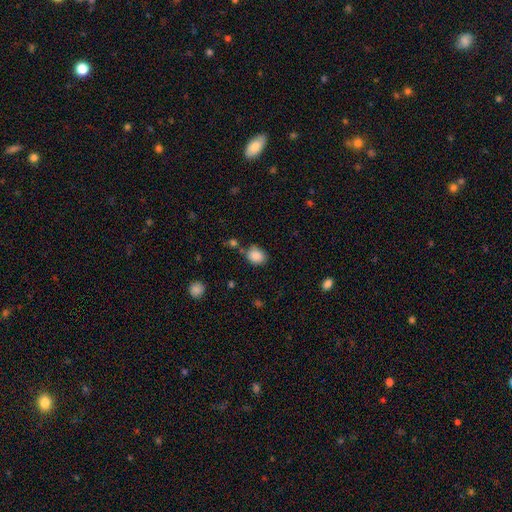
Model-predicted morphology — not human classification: smooth-or-featured: smooth: 85% | star or artifact: 9% | featured or disk: 6%
  how-rounded: round: 51% | in between: 48% | cigar-shaped: 1%
  merging: none: 71% | minor disturbance: 17% | merger: 8% | major disturbance: 4%